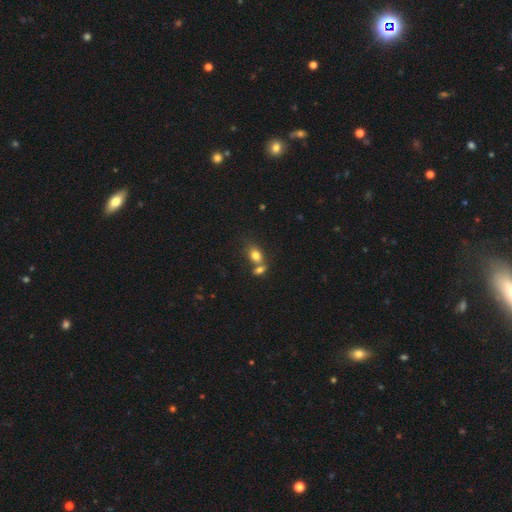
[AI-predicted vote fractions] Smooth or featured: smooth — 80% (featured or disk — 10%)
How rounded: in between — 70% (round — 29%)
Merging: merger — 48% (none — 38%)